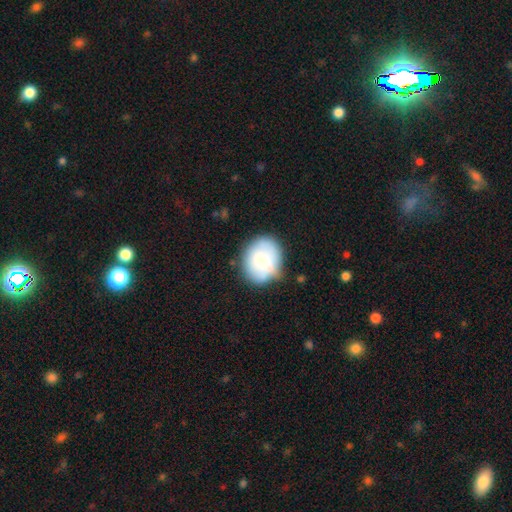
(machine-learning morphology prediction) Q: Smooth or featured?
A: smooth (69%); runner-up: featured or disk (24%)
Q: How rounded?
A: round (59%); runner-up: in between (40%)
Q: Merging?
A: none (57%); runner-up: minor disturbance (26%)